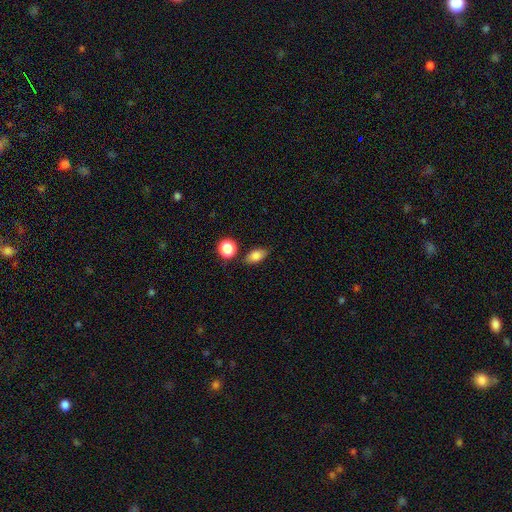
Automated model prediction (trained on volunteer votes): Morphology: type=smooth (82%); roundness=in between (82%); merging=none (78%).